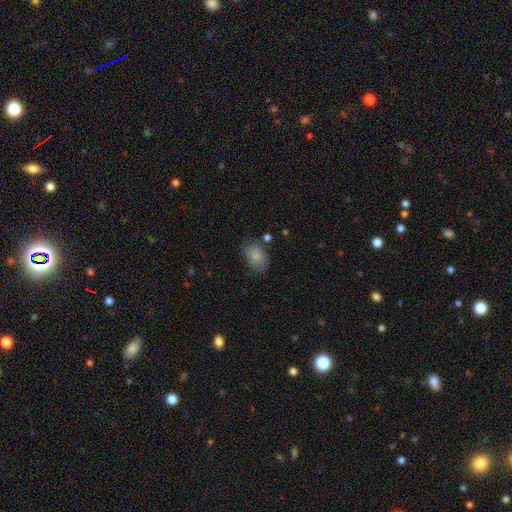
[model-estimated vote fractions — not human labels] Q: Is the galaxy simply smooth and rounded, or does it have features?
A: smooth — 84%.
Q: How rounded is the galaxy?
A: in between — 83%.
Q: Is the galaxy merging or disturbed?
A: none — 72%.